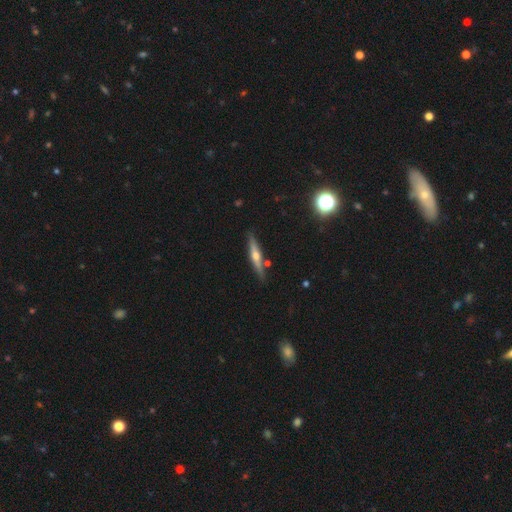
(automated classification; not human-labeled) Smooth or featured? featured or disk (63%)
Edge-on disk? yes (95%)
Edge-on bulge? rounded (89%)
Merging? none (83%)